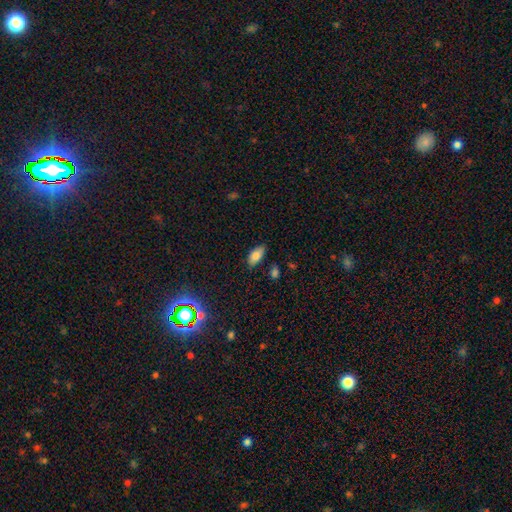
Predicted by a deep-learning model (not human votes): A smooth galaxy with no disk features (82%) that is in between round and cigar-shaped (91%).

Vote fractions:
- Smooth or featured? smooth: 82% / featured or disk: 9% / star or artifact: 9%
- How rounded? in between: 91% / cigar-shaped: 6% / round: 3%
- Merging? none: 80% / minor disturbance: 15% / major disturbance: 3% / merger: 2%